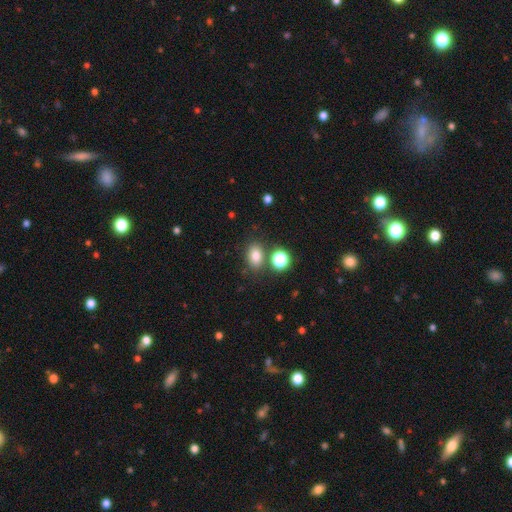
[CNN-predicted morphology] Q: Smooth or featured?
A: smooth (80%); runner-up: star or artifact (13%)
Q: How rounded?
A: in between (69%); runner-up: round (29%)
Q: Merging?
A: none (74%); runner-up: minor disturbance (11%)